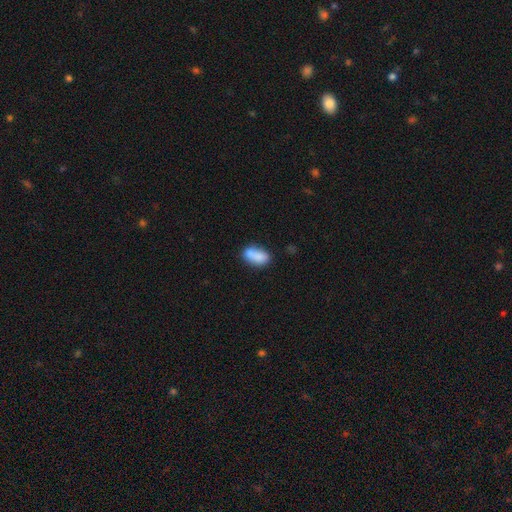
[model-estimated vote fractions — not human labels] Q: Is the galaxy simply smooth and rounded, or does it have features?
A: smooth — 80%.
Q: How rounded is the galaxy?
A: in between — 86%.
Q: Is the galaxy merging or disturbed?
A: none — 51%.